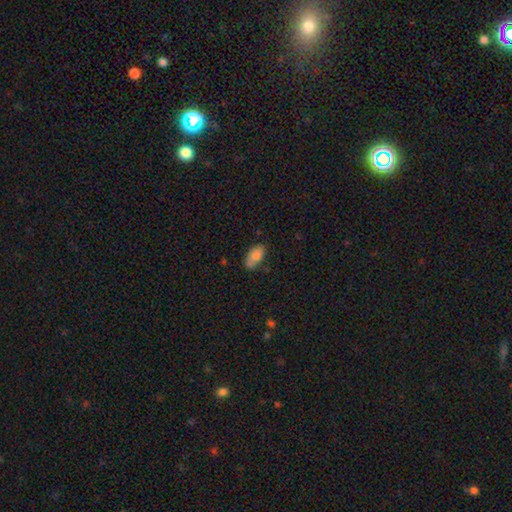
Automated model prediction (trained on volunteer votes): Smooth or featured? smooth (81%)
How rounded? in between (92%)
Merging? none (72%)